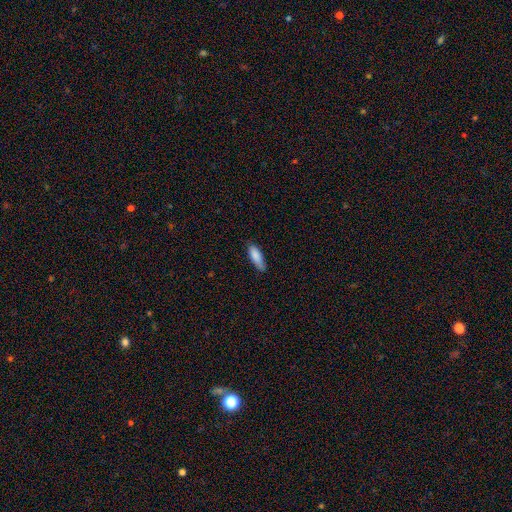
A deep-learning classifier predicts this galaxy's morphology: Q: Smooth or featured?
A: smooth (85%); runner-up: featured or disk (8%)
Q: How rounded?
A: in between (61%); runner-up: cigar-shaped (37%)
Q: Merging?
A: none (71%); runner-up: minor disturbance (24%)